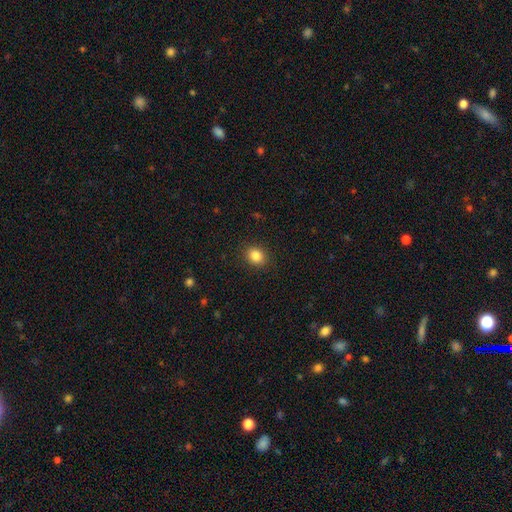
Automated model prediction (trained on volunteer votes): A smooth galaxy with no disk features (85%) that is round (53%). Merging: none (89%).